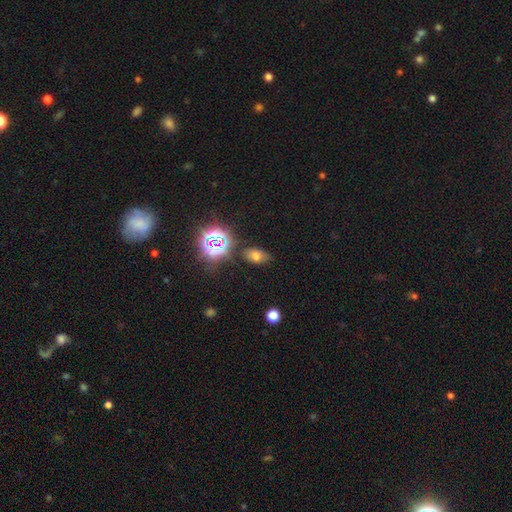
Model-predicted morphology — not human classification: A smooth galaxy with no disk features (61%) that is in between round and cigar-shaped (85%). Merging: none (76%).